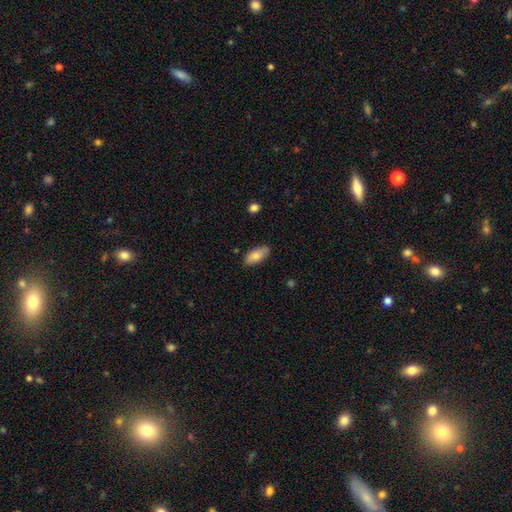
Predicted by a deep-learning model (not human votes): smooth 80%, featured or disk 13%, star or artifact 7%. Down the decision tree: how rounded — in between (87%); merging — none (78%).